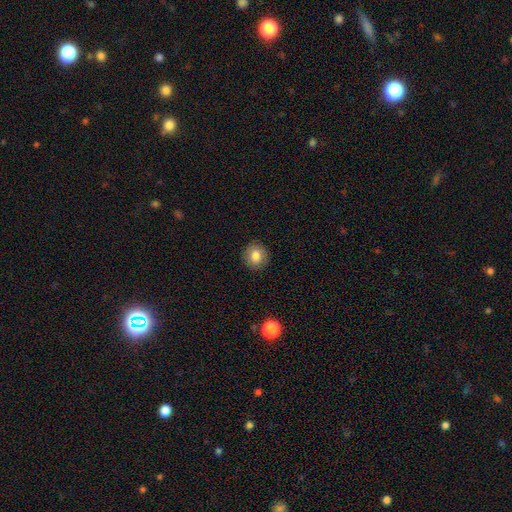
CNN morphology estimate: smooth 82%, star or artifact 9%, featured or disk 8%. Down the decision tree: how rounded — round (80%); merging — none (90%).